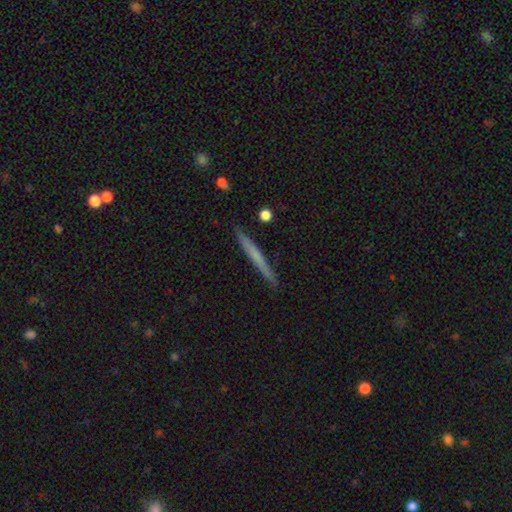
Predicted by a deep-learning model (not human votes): Smooth or featured: smooth — 51% (featured or disk — 43%)
How rounded: cigar-shaped — 97% (in between — 2%)
Merging: none — 91% (minor disturbance — 7%)